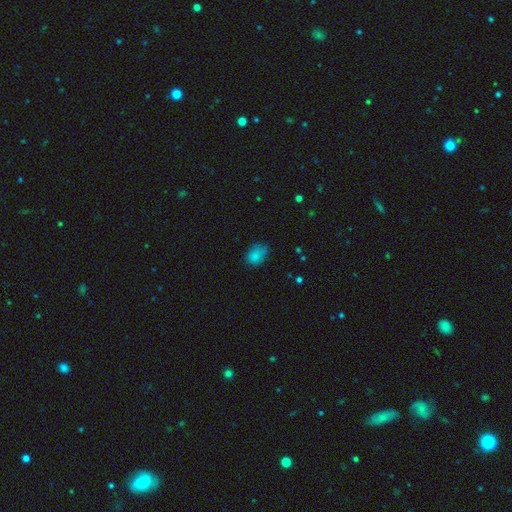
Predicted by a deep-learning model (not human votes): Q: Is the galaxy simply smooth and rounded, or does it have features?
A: smooth — 81%.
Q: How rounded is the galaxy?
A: in between — 69%.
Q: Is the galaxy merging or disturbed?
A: none — 62%.